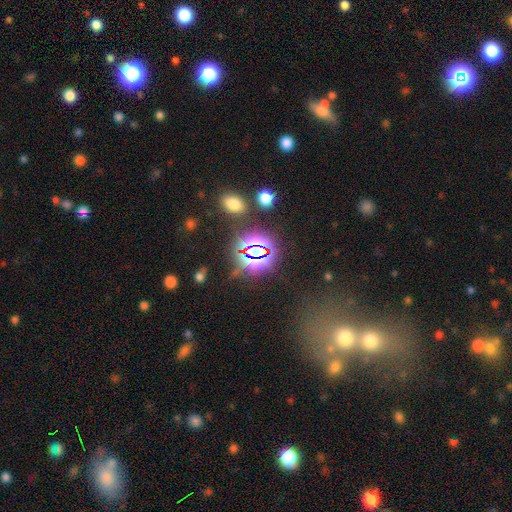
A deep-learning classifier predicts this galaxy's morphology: Smooth or featured? star or artifact (76%)